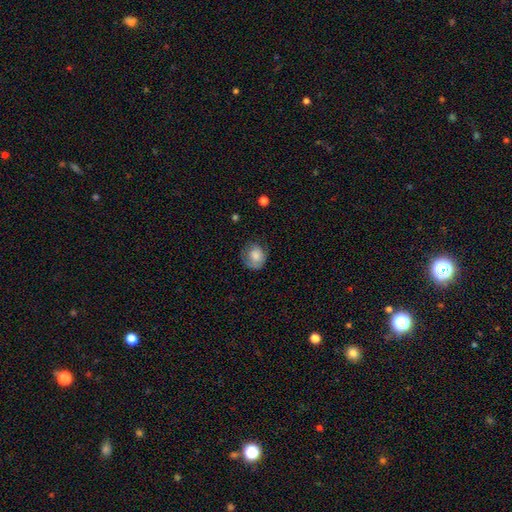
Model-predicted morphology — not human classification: Q: Smooth or featured?
A: smooth (73%); runner-up: featured or disk (19%)
Q: How rounded?
A: round (73%); runner-up: in between (26%)
Q: Merging?
A: none (60%); runner-up: minor disturbance (25%)